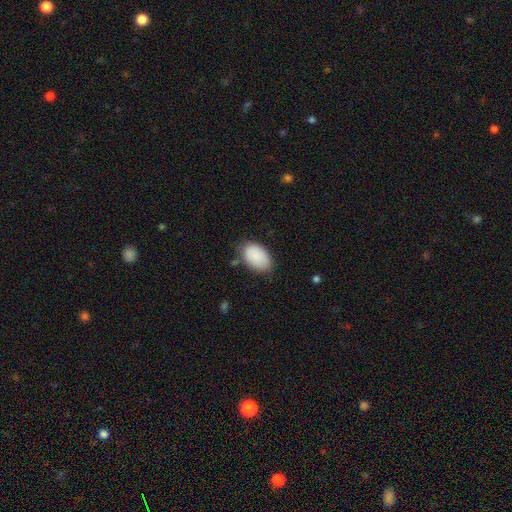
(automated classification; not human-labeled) smooth-or-featured: smooth: 88% | star or artifact: 6% | featured or disk: 6%
  how-rounded: in between: 93% | round: 6% | cigar-shaped: 1%
  merging: none: 74% | minor disturbance: 20% | major disturbance: 4% | merger: 2%